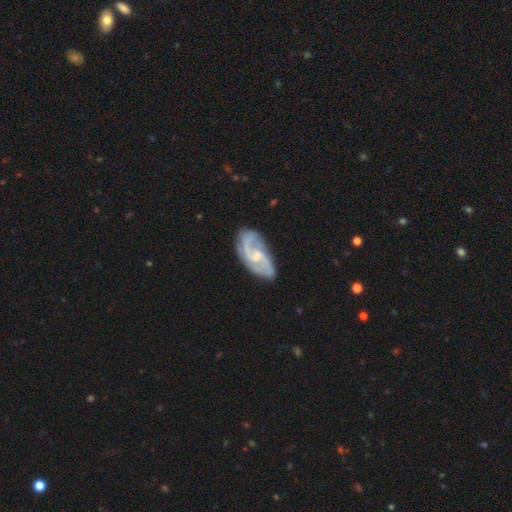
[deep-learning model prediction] Smooth or featured? featured or disk (84%)
Edge-on disk? no (96%)
Bar? weak (49%)
Spiral arms? yes (96%)
Spiral winding? medium (50%)
Spiral arm count? 2 (64%)
Bulge size? small (49%)
Merging? none (71%)